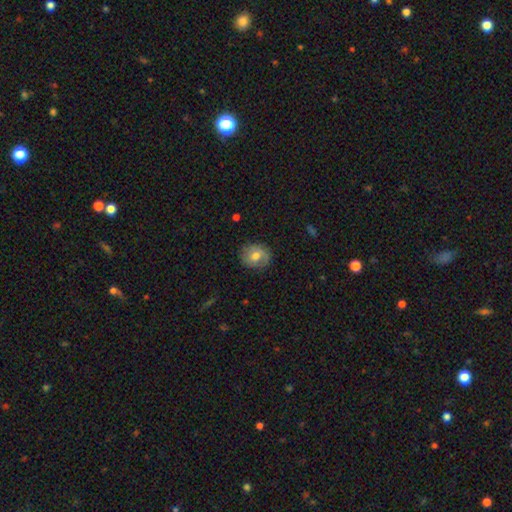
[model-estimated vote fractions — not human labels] Overall: smooth (62%; featured or disk 30%). How rounded: round (69%; in between 30%). Merging: none (78%).